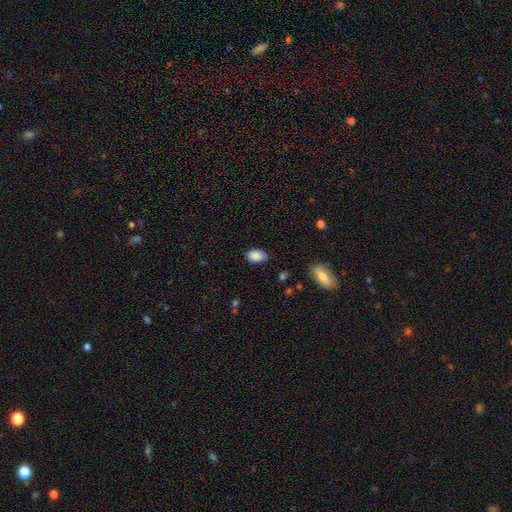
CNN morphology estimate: Smooth or featured?
  - smooth: 87% *
  - star or artifact: 7%
  - featured or disk: 5%
How rounded?
  - in between: 91% *
  - round: 8%
  - cigar-shaped: 1%
Merging?
  - none: 82% *
  - minor disturbance: 14%
  - major disturbance: 3%
  - merger: 1%